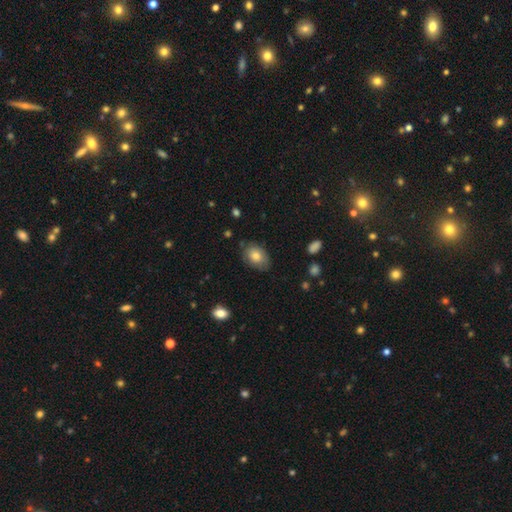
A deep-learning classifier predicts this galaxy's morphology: A smooth galaxy with no disk features (78%) that is in between round and cigar-shaped (76%).

Vote fractions:
- Smooth or featured? smooth: 78% / featured or disk: 15% / star or artifact: 8%
- How rounded? in between: 76% / round: 23% / cigar-shaped: 1%
- Merging? none: 75% / minor disturbance: 20% / major disturbance: 4% / merger: 1%